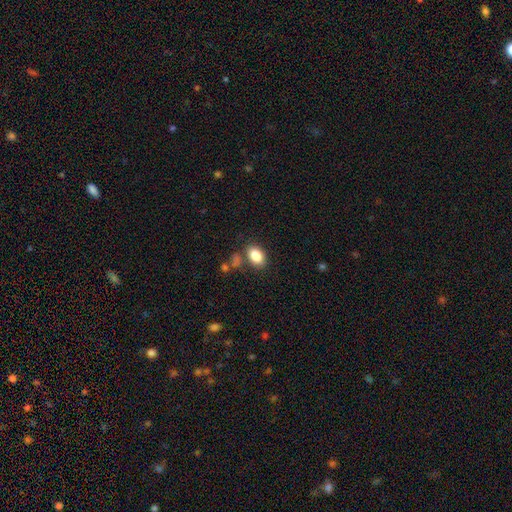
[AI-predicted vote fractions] Overall: smooth (85%). How rounded: in between (87%). Merging: none (72%).